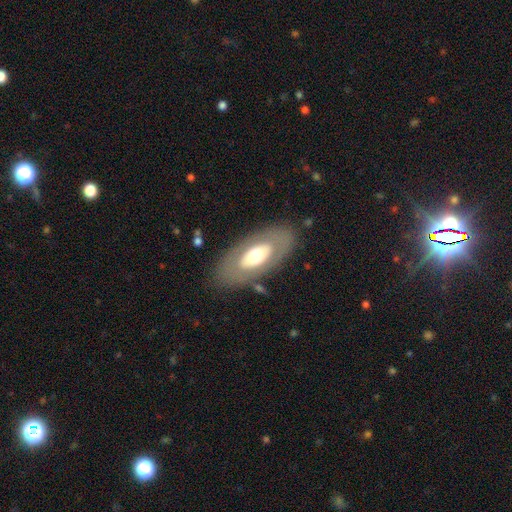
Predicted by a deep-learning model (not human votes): This is possibly a featured or disk galaxy (49%). Merging: clearly none (81%).